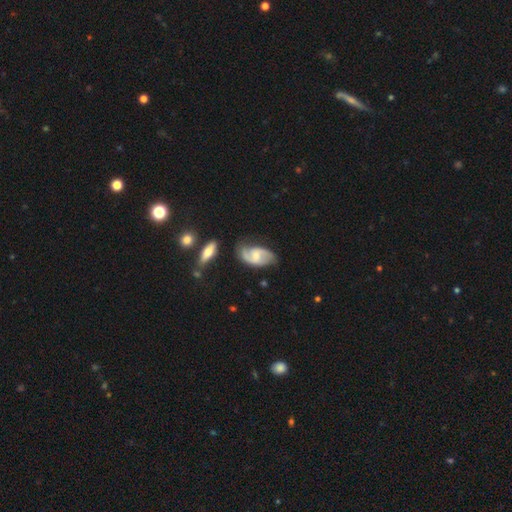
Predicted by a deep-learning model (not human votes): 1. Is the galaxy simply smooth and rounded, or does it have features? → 71% featured or disk, 23% smooth, 6% star or artifact.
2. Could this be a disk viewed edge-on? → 95% no, 5% yes.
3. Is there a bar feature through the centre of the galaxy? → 47% weak, 42% no, 12% strong.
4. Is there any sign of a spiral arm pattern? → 92% yes, 8% no.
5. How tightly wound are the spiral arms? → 44% medium, 37% loose, 19% tight.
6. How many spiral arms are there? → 83% 2, 8% can't tell, 6% 1, 1% 3, 1% 4, 1% more than 4.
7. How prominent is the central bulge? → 48% small, 39% moderate, 8% none, 3% large, 1% dominant.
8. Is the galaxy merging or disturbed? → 62% none, 25% minor disturbance, 9% major disturbance, 4% merger.